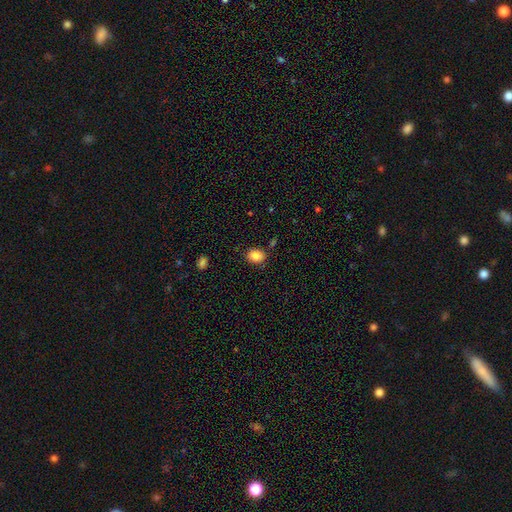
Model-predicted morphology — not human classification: Smooth or featured: smooth — 86% (star or artifact — 9%)
How rounded: in between — 60% (round — 39%)
Merging: none — 82% (minor disturbance — 12%)